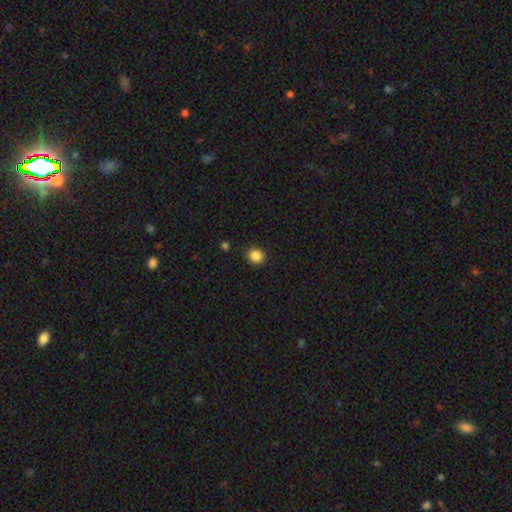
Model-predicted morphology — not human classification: smooth 87%, star or artifact 10%, featured or disk 3%. Down the decision tree: how rounded — round (83%); merging — none (90%).